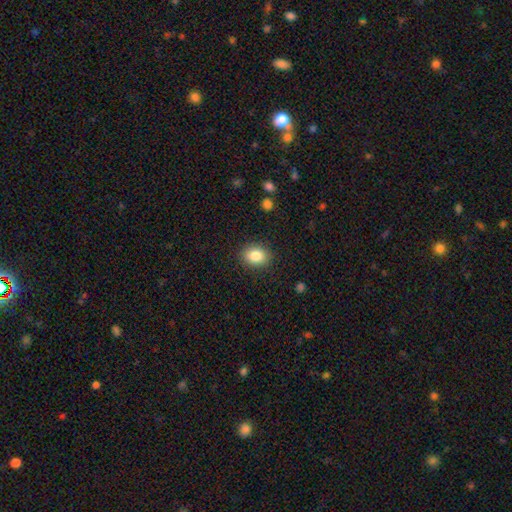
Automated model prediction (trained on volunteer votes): smooth_or_featured: smooth (p=0.85) [alt: star or artifact p=0.09]
how_rounded: in between (p=0.55) [alt: round p=0.45]
merging: none (p=0.88) [alt: minor disturbance p=0.08]